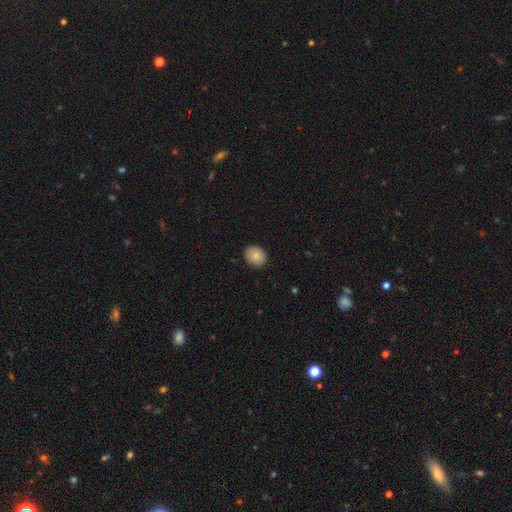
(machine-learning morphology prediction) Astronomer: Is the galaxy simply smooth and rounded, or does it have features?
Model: smooth — 85%.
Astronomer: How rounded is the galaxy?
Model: round — 59% (runner-up: in between, 40%).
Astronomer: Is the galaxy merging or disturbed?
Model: none — 89%.